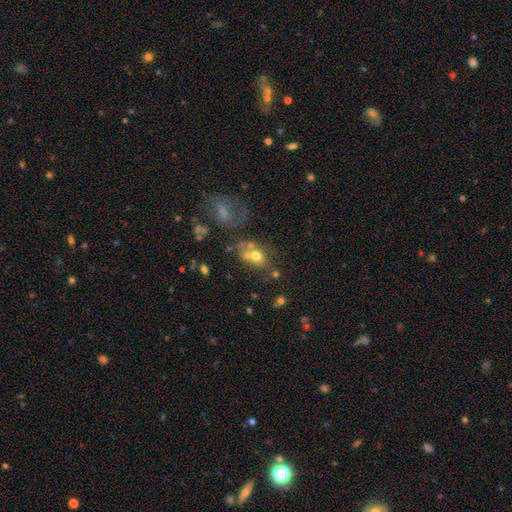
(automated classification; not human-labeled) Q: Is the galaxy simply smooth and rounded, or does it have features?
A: smooth — 56%.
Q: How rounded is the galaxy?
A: round — 51%.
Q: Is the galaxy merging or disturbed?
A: merger — 41%.